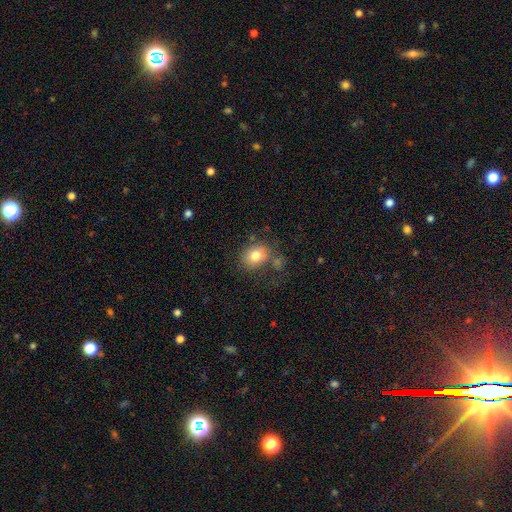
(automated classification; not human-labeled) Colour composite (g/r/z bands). It shows a smooth galaxy with no disk features (79%) that is round (51%). Merging: none (62%).